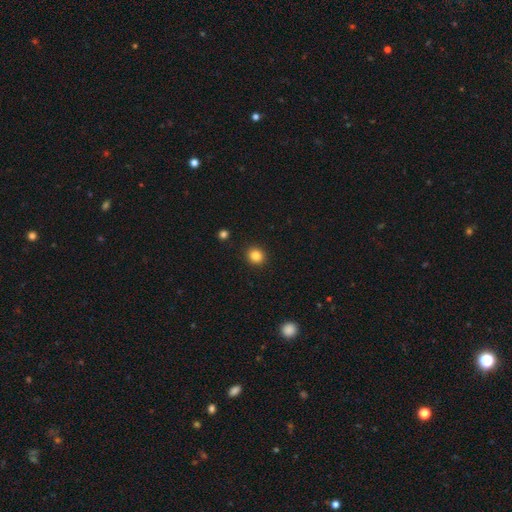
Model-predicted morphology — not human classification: Smooth or featured? Predicted: smooth (p=0.84). How rounded? Predicted: round (p=0.86). Merging? Predicted: none (p=0.91).